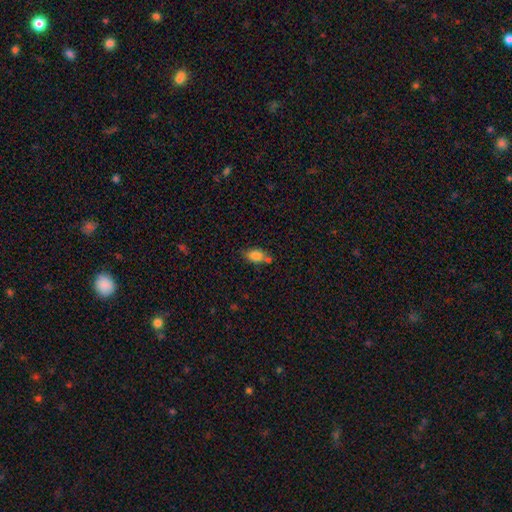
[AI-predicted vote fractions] A smooth galaxy with no disk features (82%) that is in between round and cigar-shaped (84%).

Vote fractions:
- Smooth or featured? smooth: 82% / star or artifact: 10% / featured or disk: 9%
- How rounded? in between: 84% / round: 11% / cigar-shaped: 4%
- Merging? none: 52% / merger: 23% / minor disturbance: 20% / major disturbance: 5%